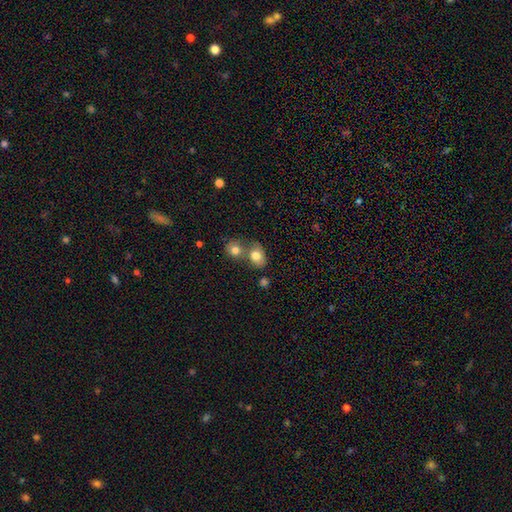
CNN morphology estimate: This appears to be a smooth galaxy with no disk features (79%) that is in between round and cigar-shaped (50%). Merging: merger (47%).